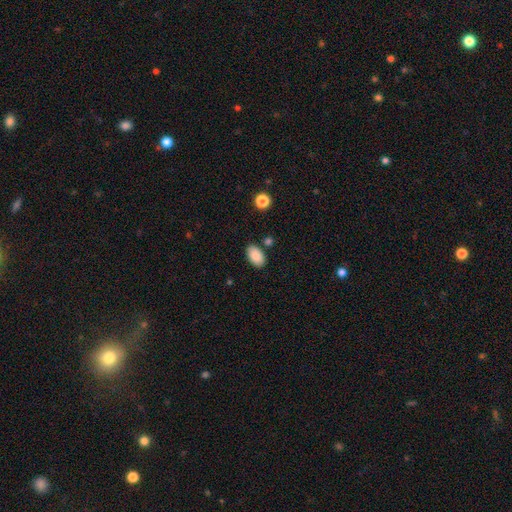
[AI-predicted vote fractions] Smooth or featured? smooth (88%)
How rounded? in between (93%)
Merging? none (83%)